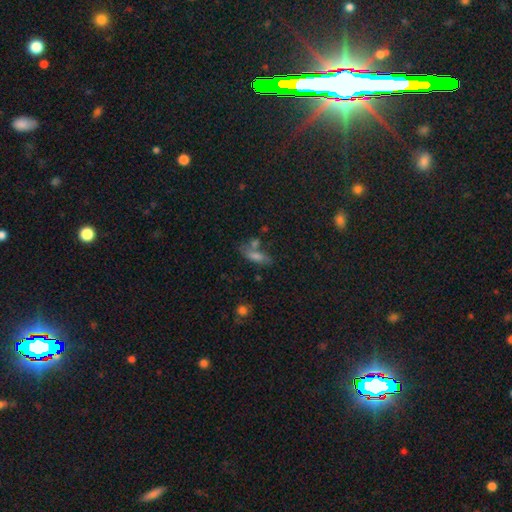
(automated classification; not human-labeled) Smooth or featured? Predicted: smooth (p=0.61). How rounded? Predicted: in between (p=0.60). Merging? Predicted: none (p=0.52).